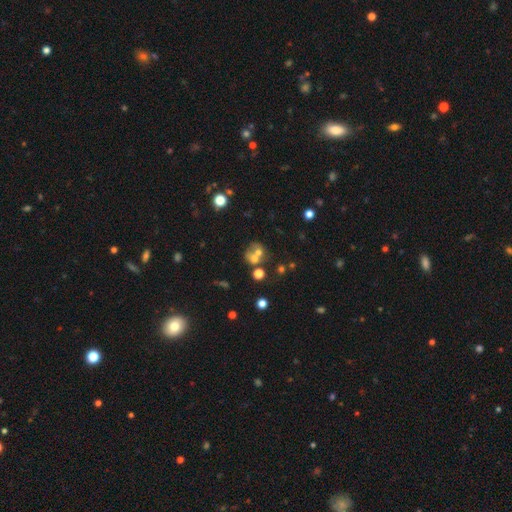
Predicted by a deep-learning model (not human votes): Smooth or featured: smooth — 54% (featured or disk — 27%)
How rounded: round — 69% (in between — 30%)
Merging: merger — 51% (none — 31%)